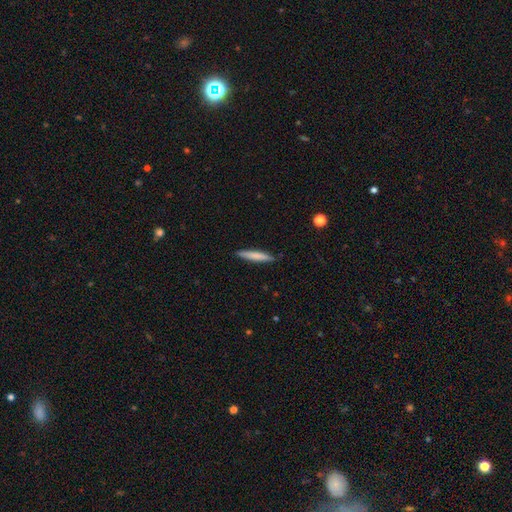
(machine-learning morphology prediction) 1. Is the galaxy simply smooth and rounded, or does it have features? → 74% smooth, 21% featured or disk, 5% star or artifact.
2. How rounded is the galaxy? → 93% cigar-shaped, 5% in between, 1% round.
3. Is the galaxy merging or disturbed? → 90% none, 8% minor disturbance, 1% major disturbance, 1% merger.